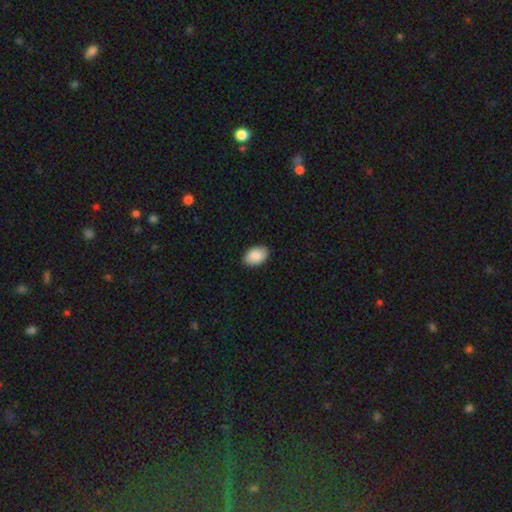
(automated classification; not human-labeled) smooth 88%, star or artifact 6%, featured or disk 6%. Down the decision tree: how rounded — in between (89%); merging — none (89%).